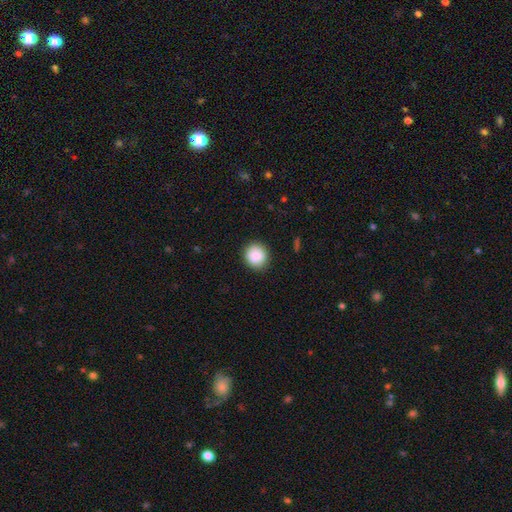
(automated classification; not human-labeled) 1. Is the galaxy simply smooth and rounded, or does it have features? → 88% smooth, 8% star or artifact, 5% featured or disk.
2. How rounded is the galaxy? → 86% round, 13% in between, 1% cigar-shaped.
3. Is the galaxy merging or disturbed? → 87% none, 9% minor disturbance, 2% major disturbance, 1% merger.